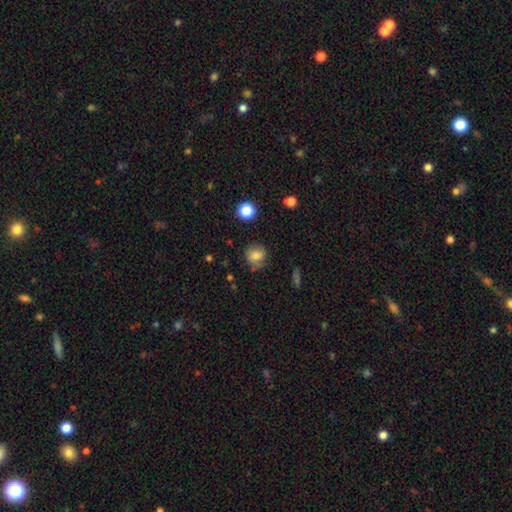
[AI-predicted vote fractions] Smooth or featured? smooth (77%)
How rounded? round (80%)
Merging? none (74%)